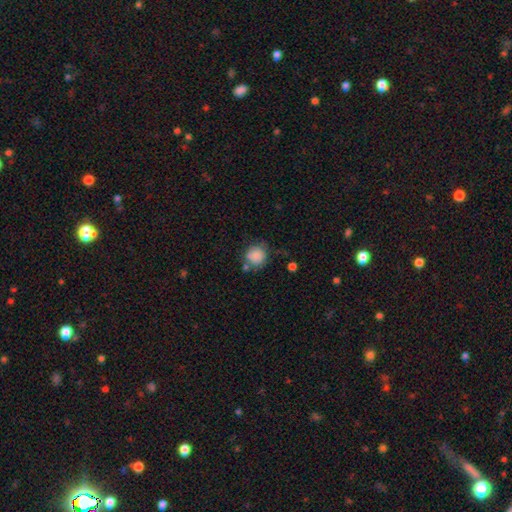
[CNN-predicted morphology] Smooth or featured? Predicted: smooth (p=0.85). How rounded? Predicted: round (p=0.88). Merging? Predicted: none (p=0.66).